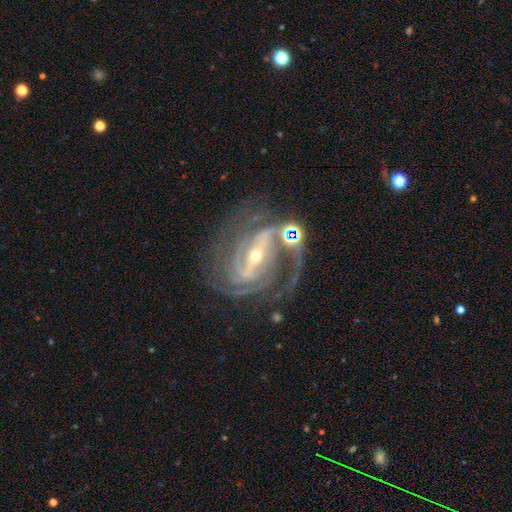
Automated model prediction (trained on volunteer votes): A featured or disk galaxy (91%) with a strong bar (62%), 2 (32%) tight (51%) spiral arms (97%) and a small central bulge (67%). Merging: none (53%).